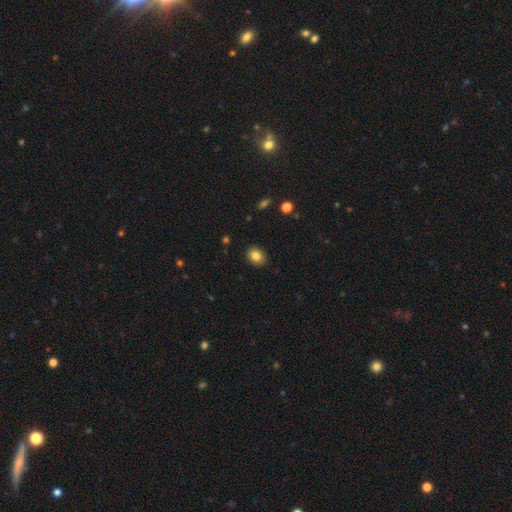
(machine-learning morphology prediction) This appears to be a smooth galaxy with no disk features (84%) that is in between round and cigar-shaped (57%). Merging: none (89%).